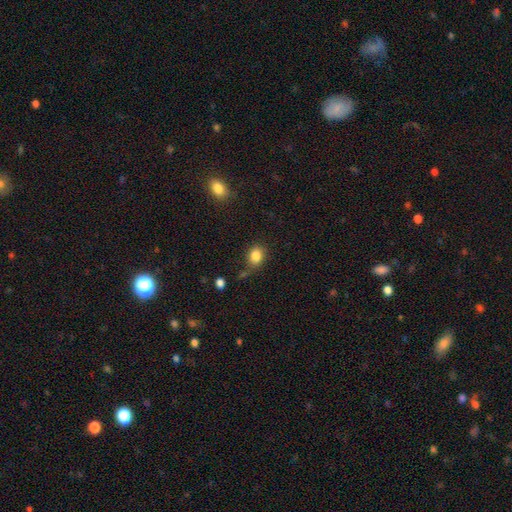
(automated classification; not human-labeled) This is clearly a smooth galaxy (84%). How rounded: possibly in between (60%). Merging: likely none (69%).